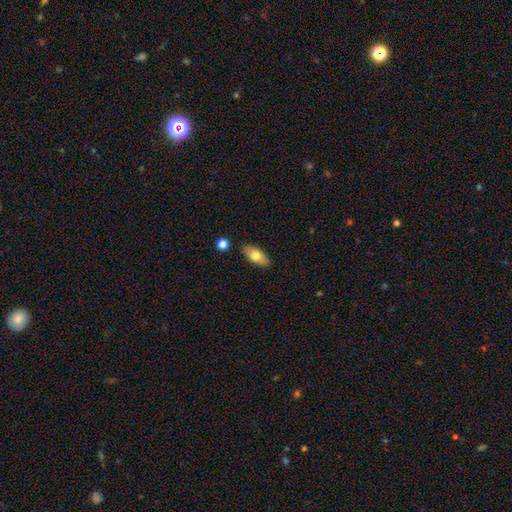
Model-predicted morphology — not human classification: Smooth or featured?
  - smooth: 73% *
  - featured or disk: 20%
  - star or artifact: 7%
How rounded?
  - in between: 87% *
  - cigar-shaped: 10%
  - round: 4%
Merging?
  - none: 85% *
  - minor disturbance: 10%
  - merger: 3%
  - major disturbance: 2%